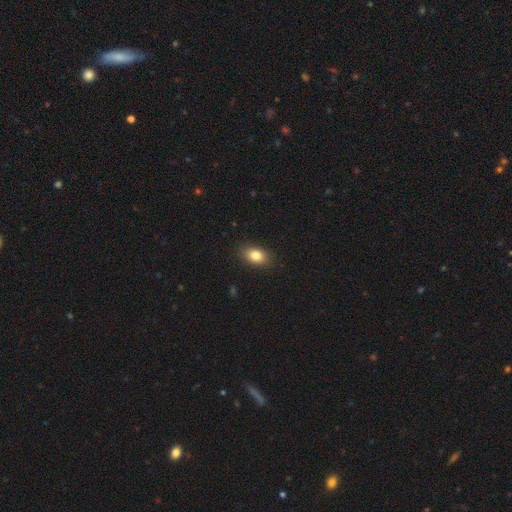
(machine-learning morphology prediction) The model was most divided on "how rounded": in between: 82%, round: 16%, cigar-shaped: 2%. More confident: merging — none (87%); smooth or featured — smooth (83%).